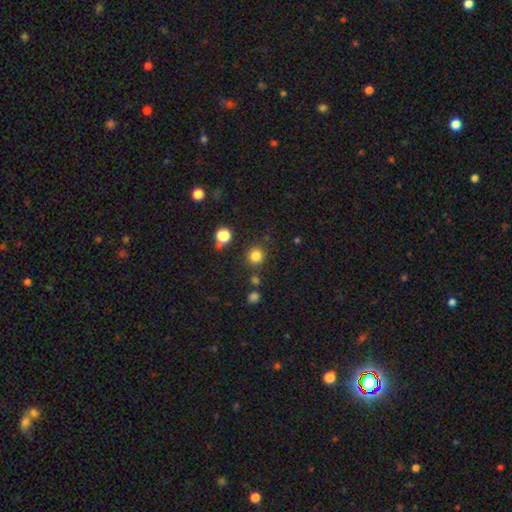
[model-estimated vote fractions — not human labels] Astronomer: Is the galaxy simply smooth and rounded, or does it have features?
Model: smooth — 82%.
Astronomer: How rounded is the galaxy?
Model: round — 92%.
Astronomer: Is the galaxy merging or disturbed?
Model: none — 83%.